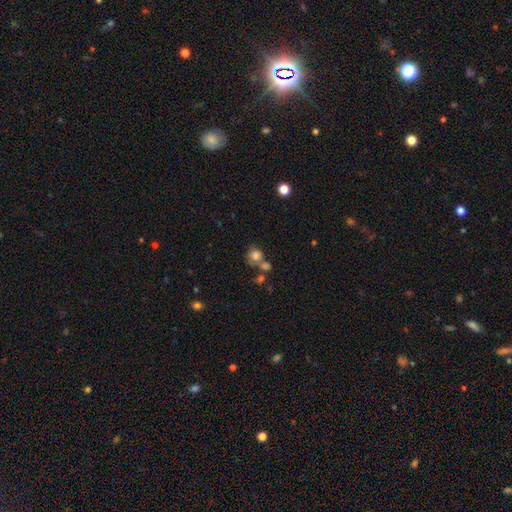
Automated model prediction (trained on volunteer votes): smooth-or-featured: smooth: 77% | star or artifact: 12% | featured or disk: 11%
  how-rounded: round: 79% | in between: 20% | cigar-shaped: 1%
  merging: none: 44% | merger: 35% | minor disturbance: 13% | major disturbance: 8%